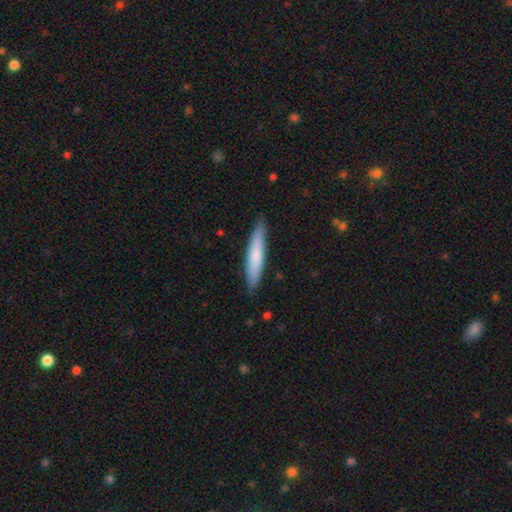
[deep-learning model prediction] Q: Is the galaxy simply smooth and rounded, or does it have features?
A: smooth — 72%.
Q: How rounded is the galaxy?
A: cigar-shaped — 90%.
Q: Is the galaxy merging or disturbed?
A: none — 87%.